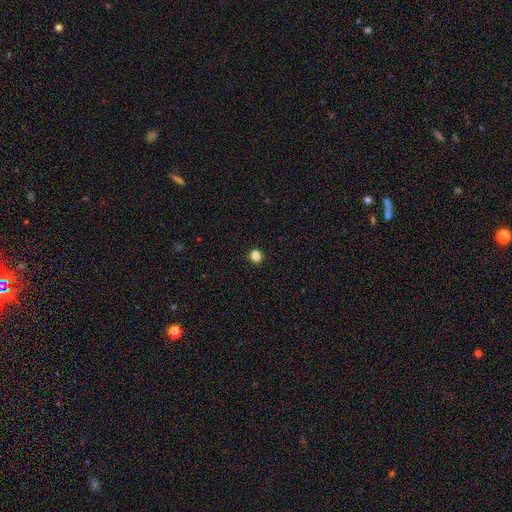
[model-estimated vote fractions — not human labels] smooth_or_featured: smooth (p=0.84) [alt: star or artifact p=0.12]
how_rounded: round (p=0.76) [alt: in between p=0.23]
merging: none (p=0.92) [alt: minor disturbance p=0.06]